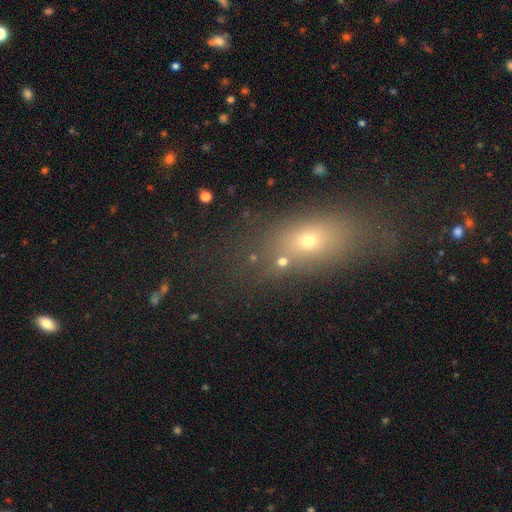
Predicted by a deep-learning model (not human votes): A smooth galaxy with no disk features (55%) that is in between round and cigar-shaped (63%). Merging: none (69%).